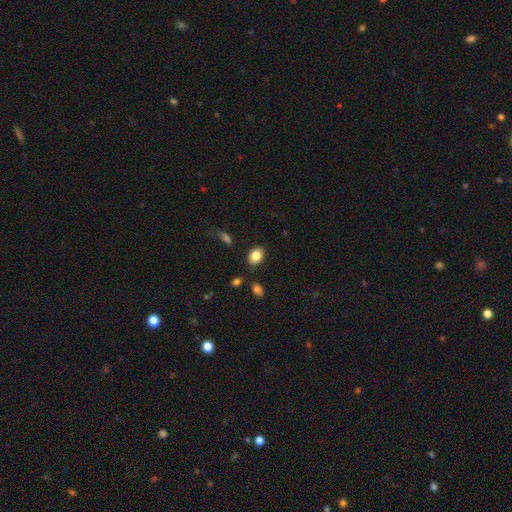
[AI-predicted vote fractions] Smooth or featured? Predicted: smooth (p=0.84). How rounded? Predicted: in between (p=0.77). Merging? Predicted: none (p=0.82).